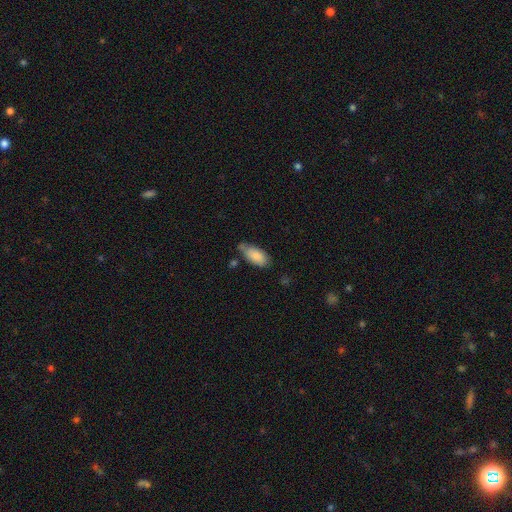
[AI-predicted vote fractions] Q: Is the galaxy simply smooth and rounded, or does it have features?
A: smooth — 84%.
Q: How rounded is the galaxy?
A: in between — 89%.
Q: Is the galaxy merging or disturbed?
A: none — 55%.